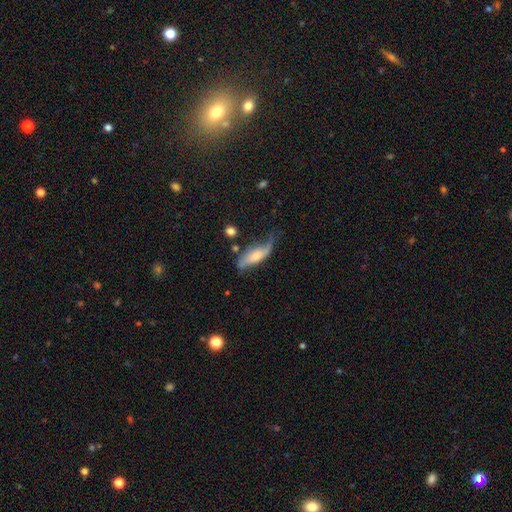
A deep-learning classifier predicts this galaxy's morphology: Q: Smooth or featured?
A: smooth (51%); runner-up: featured or disk (43%)
Q: How rounded?
A: in between (61%); runner-up: cigar-shaped (37%)
Q: Merging?
A: none (39%); runner-up: minor disturbance (35%)